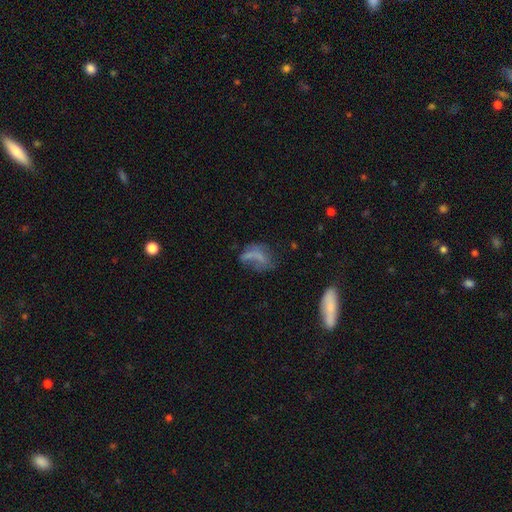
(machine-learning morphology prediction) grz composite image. It shows a smooth galaxy with no disk features (48%). Merging: major disturbance (37%).